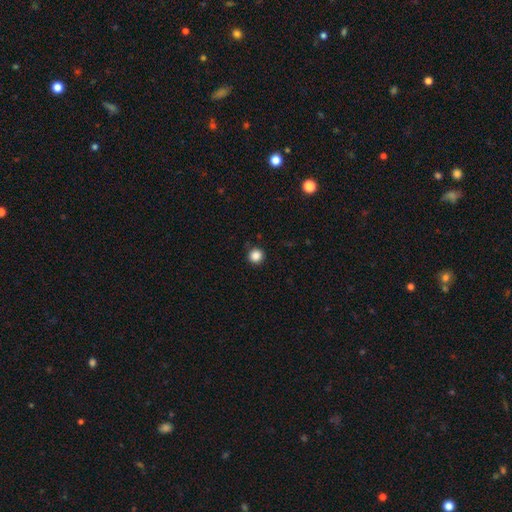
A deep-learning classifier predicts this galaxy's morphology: Smooth or featured? Predicted: smooth (p=0.86). How rounded? Predicted: round (p=0.95). Merging? Predicted: none (p=0.91).